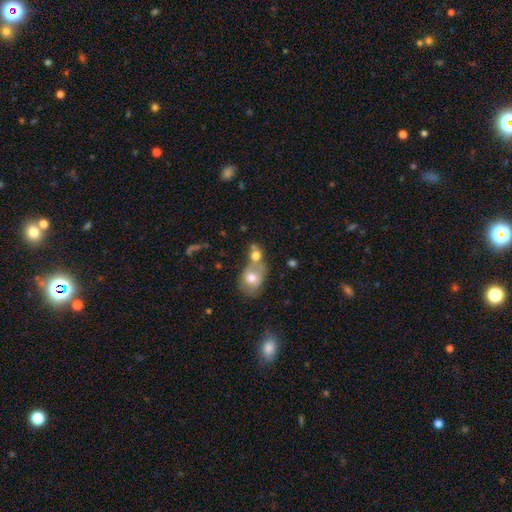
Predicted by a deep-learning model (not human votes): Q: Smooth or featured?
A: smooth (73%); runner-up: featured or disk (17%)
Q: How rounded?
A: round (53%); runner-up: in between (45%)
Q: Merging?
A: merger (66%); runner-up: none (24%)